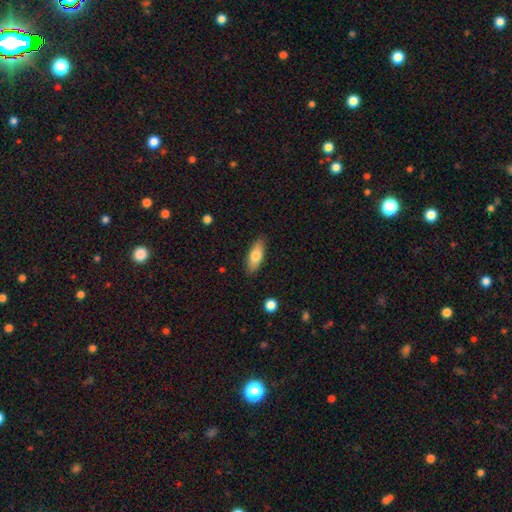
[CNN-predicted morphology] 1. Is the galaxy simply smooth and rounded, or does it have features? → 76% smooth, 18% featured or disk, 6% star or artifact.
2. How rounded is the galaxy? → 73% in between, 25% cigar-shaped, 3% round.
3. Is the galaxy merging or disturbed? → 87% none, 10% minor disturbance, 2% major disturbance, 1% merger.